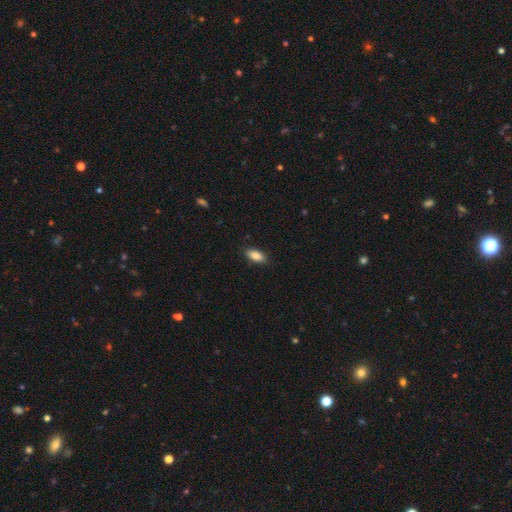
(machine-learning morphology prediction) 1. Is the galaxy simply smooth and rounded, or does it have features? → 86% smooth, 7% star or artifact, 7% featured or disk.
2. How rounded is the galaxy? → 88% in between, 9% cigar-shaped, 3% round.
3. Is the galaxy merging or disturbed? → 88% none, 9% minor disturbance, 2% major disturbance, 1% merger.